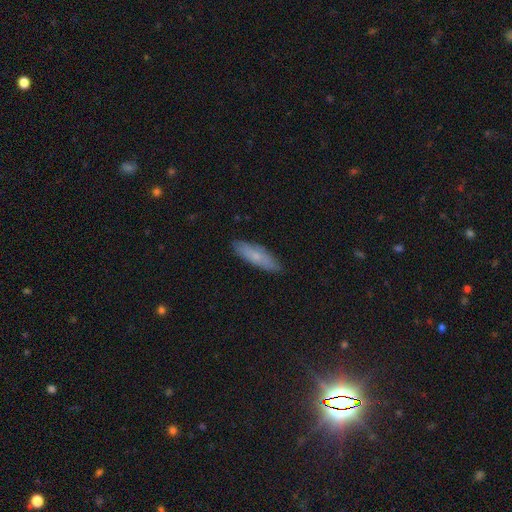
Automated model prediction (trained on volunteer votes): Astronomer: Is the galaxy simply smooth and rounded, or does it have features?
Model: smooth — 66%.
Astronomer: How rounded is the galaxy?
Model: cigar-shaped — 60% (runner-up: in between, 38%).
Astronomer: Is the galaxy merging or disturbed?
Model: none — 86%.